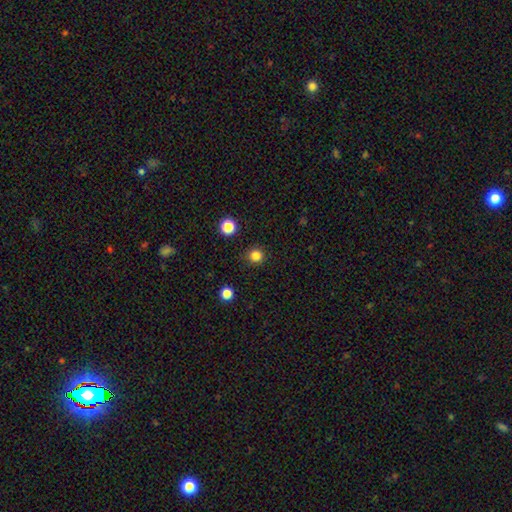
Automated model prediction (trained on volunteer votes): This appears to be a smooth galaxy with no disk features (83%) that is round (94%). Merging: none (91%).